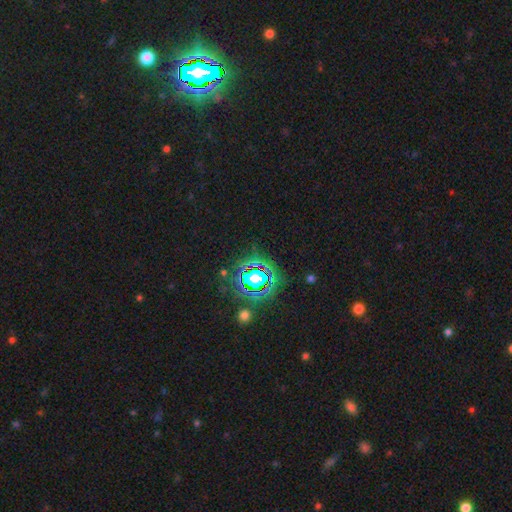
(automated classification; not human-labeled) smooth-or-featured: star or artifact: 83% | smooth: 10% | featured or disk: 7%